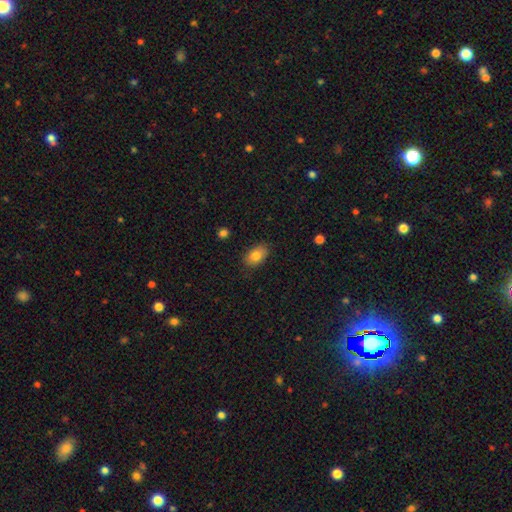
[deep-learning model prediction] Q: Smooth or featured?
A: smooth (83%); runner-up: featured or disk (9%)
Q: How rounded?
A: in between (89%); runner-up: round (9%)
Q: Merging?
A: none (84%); runner-up: minor disturbance (12%)